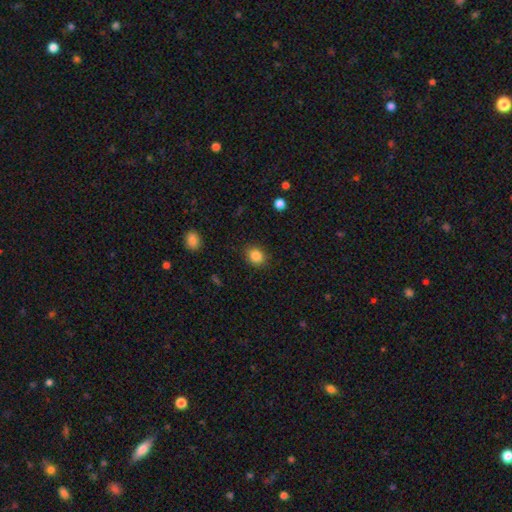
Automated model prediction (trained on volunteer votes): Smooth or featured? smooth (86%)
How rounded? round (62%)
Merging? none (86%)